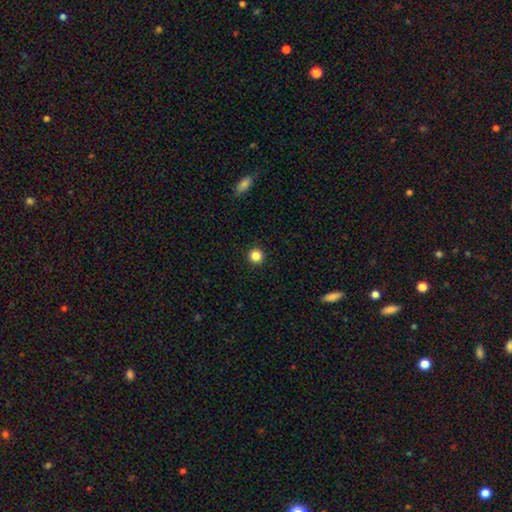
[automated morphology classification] Smooth or featured? smooth (86%)
How rounded? round (96%)
Merging? none (94%)